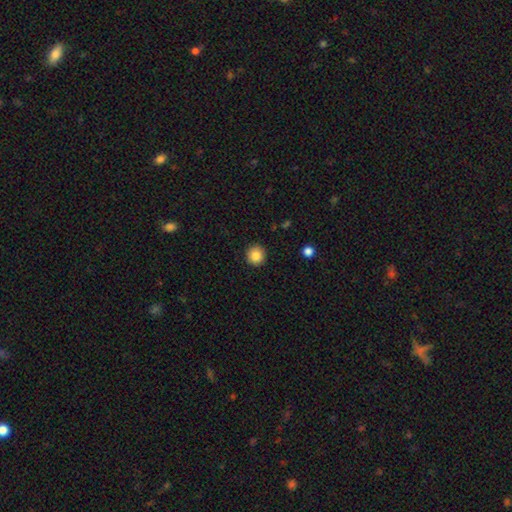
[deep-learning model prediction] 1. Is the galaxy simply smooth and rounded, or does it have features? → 85% smooth, 10% star or artifact, 5% featured or disk.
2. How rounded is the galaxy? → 93% round, 6% in between, 1% cigar-shaped.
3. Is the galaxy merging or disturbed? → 92% none, 5% minor disturbance, 2% major disturbance, 1% merger.